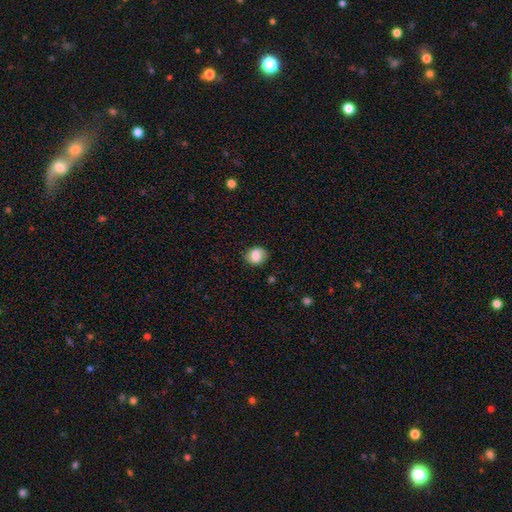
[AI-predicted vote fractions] smooth-or-featured: smooth: 73% | featured or disk: 17% | star or artifact: 9%
  how-rounded: round: 63% | in between: 36% | cigar-shaped: 1%
  merging: none: 78% | minor disturbance: 16% | major disturbance: 4% | merger: 1%